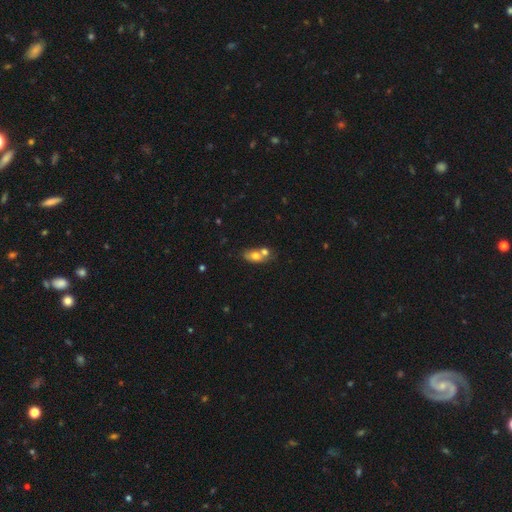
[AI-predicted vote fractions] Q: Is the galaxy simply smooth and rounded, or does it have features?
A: smooth — 70%.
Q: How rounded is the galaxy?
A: in between — 78%.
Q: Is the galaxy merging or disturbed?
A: merger — 52%.